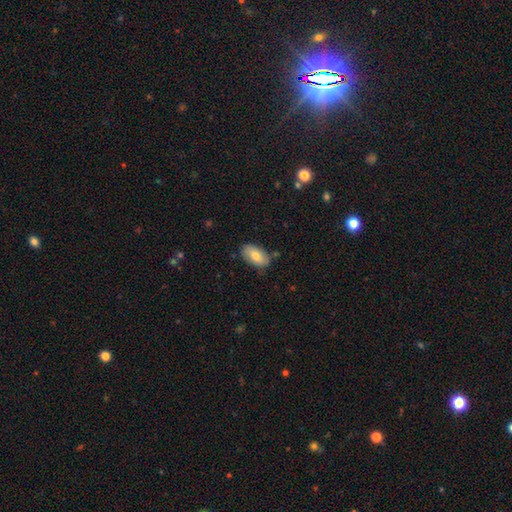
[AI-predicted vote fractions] Smooth or featured? smooth (74%)
How rounded? in between (93%)
Merging? none (80%)